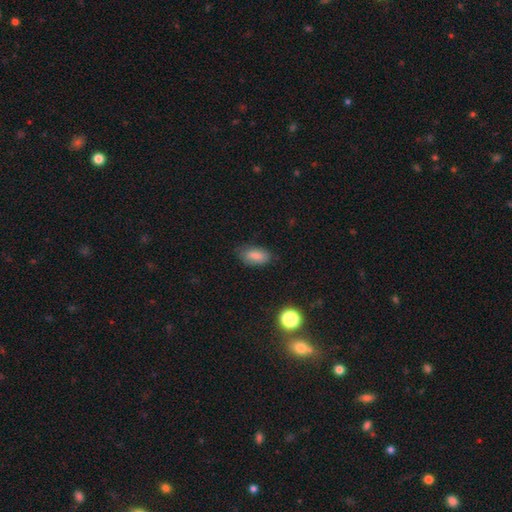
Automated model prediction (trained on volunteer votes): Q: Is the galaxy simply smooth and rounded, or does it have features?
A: smooth — 84%.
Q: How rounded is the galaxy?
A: in between — 90%.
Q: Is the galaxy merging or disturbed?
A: none — 74%.